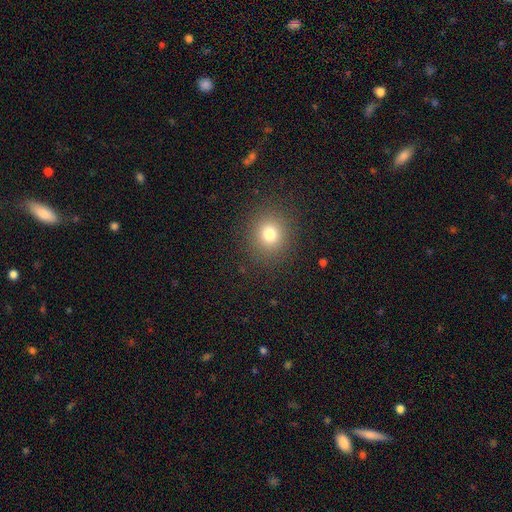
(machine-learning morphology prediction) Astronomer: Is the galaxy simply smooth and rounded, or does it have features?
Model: smooth — 73%.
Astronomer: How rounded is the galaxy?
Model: round — 87%.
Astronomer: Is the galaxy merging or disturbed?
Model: none — 92%.